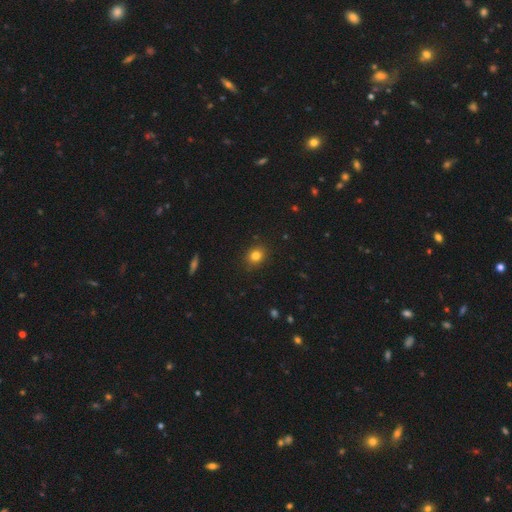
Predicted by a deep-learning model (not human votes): A smooth galaxy with no disk features (81%) that is round (66%).

Vote fractions:
- Smooth or featured? smooth: 81% / star or artifact: 13% / featured or disk: 7%
- How rounded? round: 66% / in between: 33% / cigar-shaped: 1%
- Merging? none: 89% / minor disturbance: 8% / major disturbance: 2% / merger: 1%